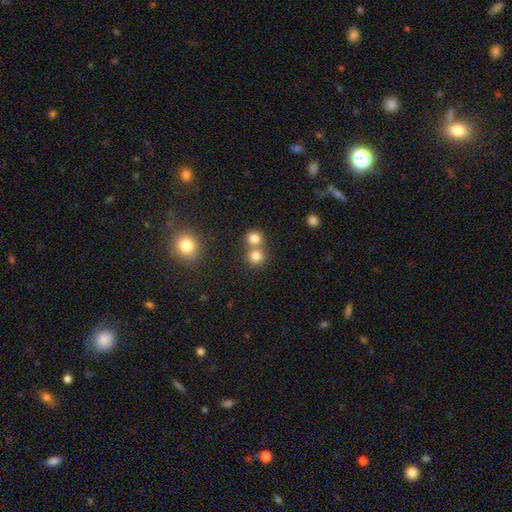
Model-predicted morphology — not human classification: Q: Smooth or featured?
A: smooth (79%); runner-up: star or artifact (13%)
Q: How rounded?
A: round (89%); runner-up: in between (10%)
Q: Merging?
A: none (53%); runner-up: merger (40%)